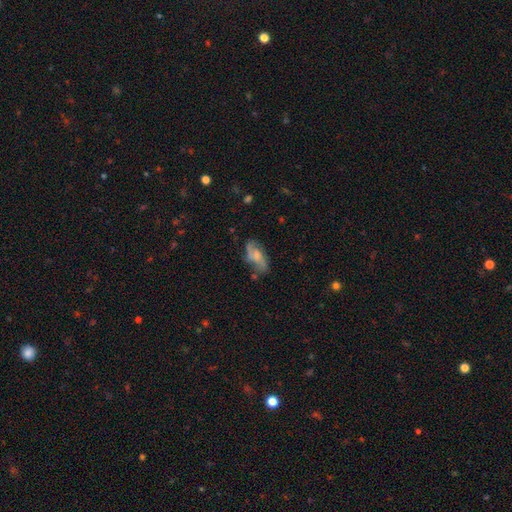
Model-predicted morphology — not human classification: smooth-or-featured: featured or disk: 46% | smooth: 45% | star or artifact: 9%
  merging: none: 50% | minor disturbance: 28% | major disturbance: 17% | merger: 5%